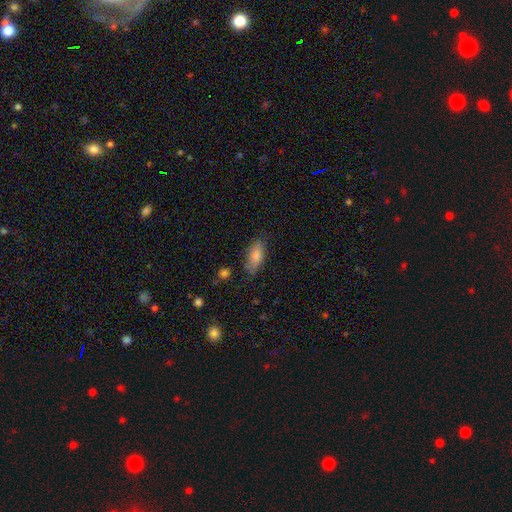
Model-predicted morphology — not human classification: smooth_or_featured: smooth (p=0.80) [alt: featured or disk p=0.12]
how_rounded: in between (p=0.82) [alt: cigar-shaped p=0.15]
merging: none (p=0.71) [alt: minor disturbance p=0.21]